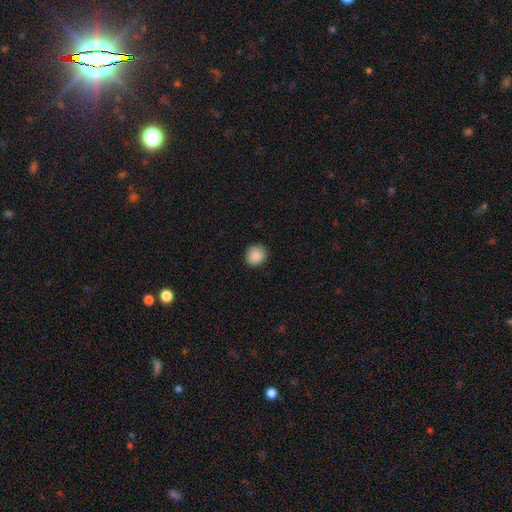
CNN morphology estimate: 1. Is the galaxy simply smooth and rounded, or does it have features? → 89% smooth, 8% star or artifact, 3% featured or disk.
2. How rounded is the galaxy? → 87% round, 12% in between, 1% cigar-shaped.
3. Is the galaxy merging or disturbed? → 90% none, 7% minor disturbance, 2% major disturbance, 1% merger.